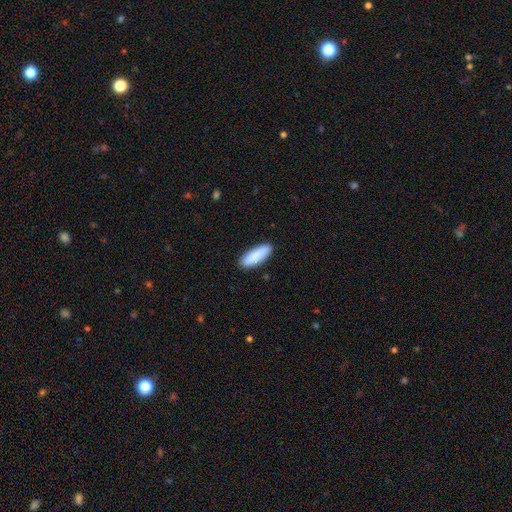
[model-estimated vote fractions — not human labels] smooth 89%, featured or disk 5%, star or artifact 5%. Down the decision tree: how rounded — in between (63%); merging — none (89%).